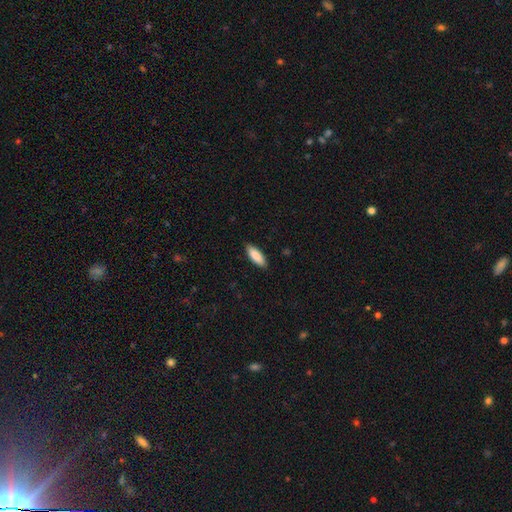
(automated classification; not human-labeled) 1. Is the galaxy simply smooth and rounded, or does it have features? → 87% smooth, 7% featured or disk, 6% star or artifact.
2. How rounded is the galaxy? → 66% in between, 32% cigar-shaped, 2% round.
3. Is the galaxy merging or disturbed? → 87% none, 10% minor disturbance, 2% major disturbance, 1% merger.